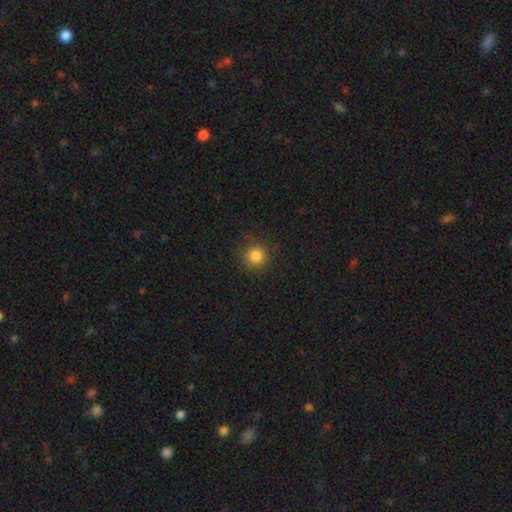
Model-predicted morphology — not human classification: smooth_or_featured: smooth (p=0.83) [alt: star or artifact p=0.13]
how_rounded: round (p=0.94) [alt: in between p=0.05]
merging: none (p=0.88) [alt: minor disturbance p=0.08]